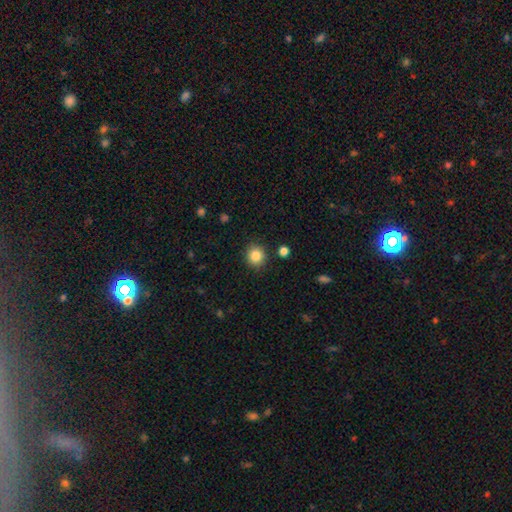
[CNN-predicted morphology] smooth 85%, star or artifact 10%, featured or disk 5%. Down the decision tree: how rounded — round (89%); merging — none (88%).